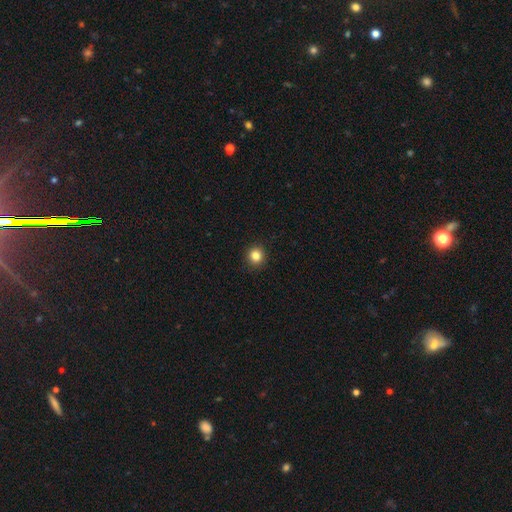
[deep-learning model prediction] Smooth or featured? Predicted: smooth (p=0.84). How rounded? Predicted: round (p=0.91). Merging? Predicted: none (p=0.92).